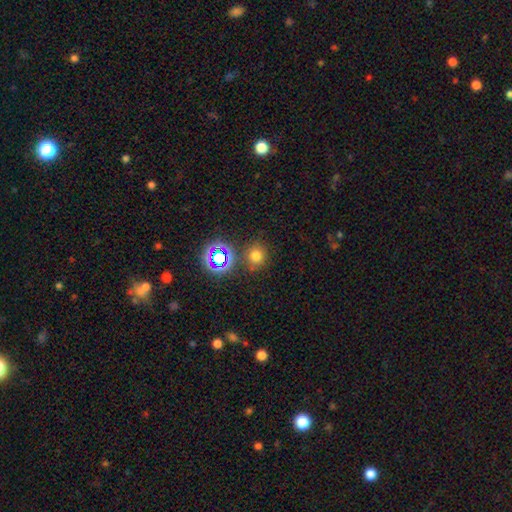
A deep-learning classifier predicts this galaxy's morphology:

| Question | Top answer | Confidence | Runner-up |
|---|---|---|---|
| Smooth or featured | smooth | 68% | star or artifact (25%) |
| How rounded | round | 86% | in between (13%) |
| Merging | none | 81% | minor disturbance (9%) |